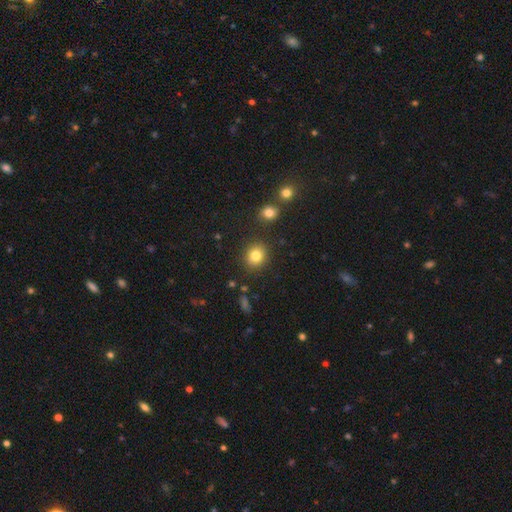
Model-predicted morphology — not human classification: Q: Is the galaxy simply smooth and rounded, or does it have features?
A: smooth — 82%.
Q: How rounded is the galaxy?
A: round — 76%.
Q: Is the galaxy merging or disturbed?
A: none — 87%.